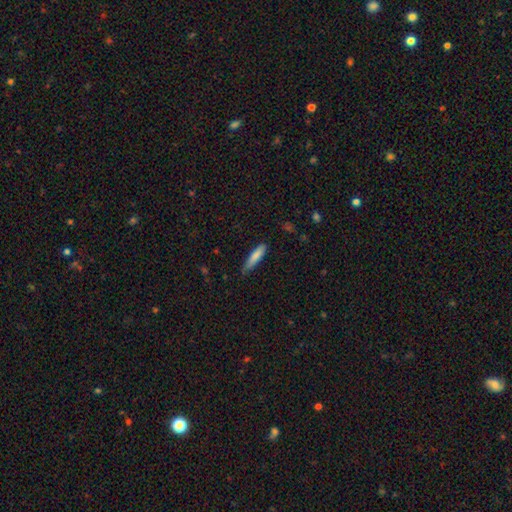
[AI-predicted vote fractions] This is clearly a smooth galaxy (80%). How rounded: clearly cigar-shaped (82%). Merging: likely none (74%).